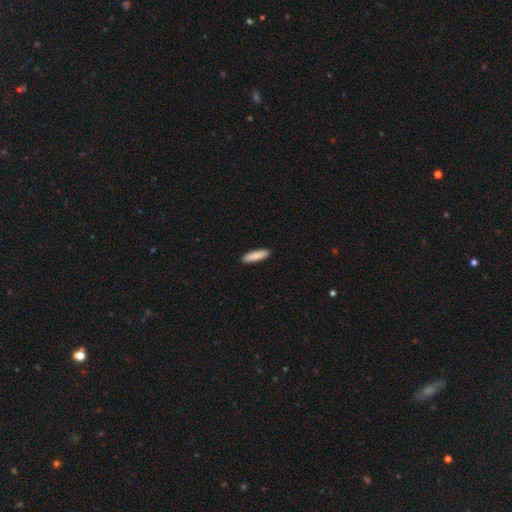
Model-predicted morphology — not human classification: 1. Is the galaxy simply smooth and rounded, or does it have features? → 87% smooth, 7% featured or disk, 6% star or artifact.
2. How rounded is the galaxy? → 69% cigar-shaped, 30% in between, 2% round.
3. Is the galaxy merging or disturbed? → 91% none, 6% minor disturbance, 1% major disturbance, 1% merger.